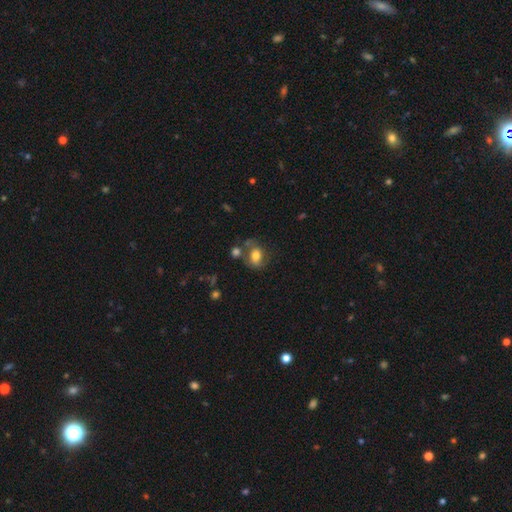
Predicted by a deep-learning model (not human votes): A smooth galaxy with no disk features (67%) that is in between round and cigar-shaped (64%).

Vote fractions:
- Smooth or featured? smooth: 67% / featured or disk: 23% / star or artifact: 10%
- How rounded? in between: 64% / round: 35% / cigar-shaped: 1%
- Merging? none: 51% / minor disturbance: 21% / merger: 18% / major disturbance: 11%